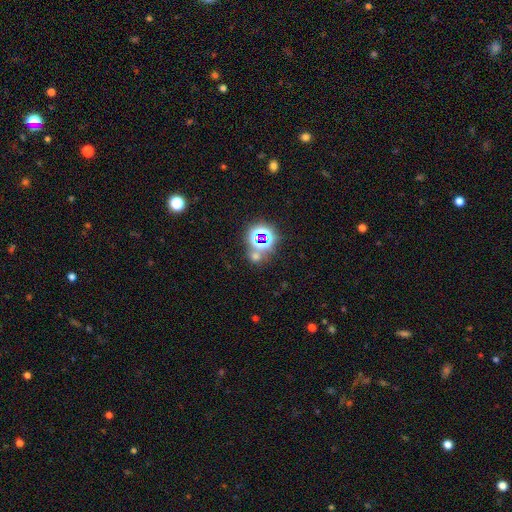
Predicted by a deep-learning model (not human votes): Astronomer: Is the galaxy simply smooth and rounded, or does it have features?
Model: star or artifact — 53% (runner-up: smooth, 39%).